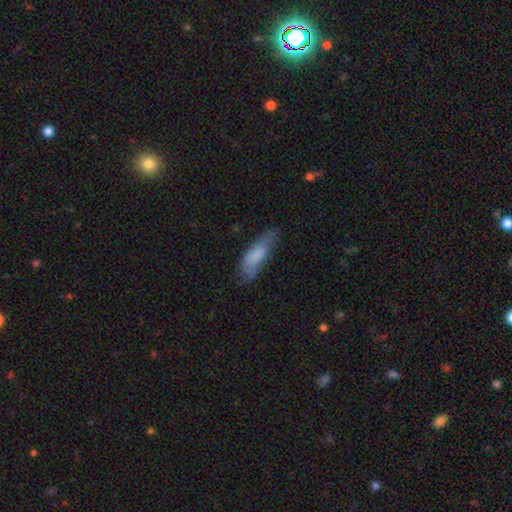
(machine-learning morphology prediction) Smooth or featured? Predicted: smooth (p=0.72). How rounded? Predicted: in between (p=0.51). Merging? Predicted: none (p=0.53).